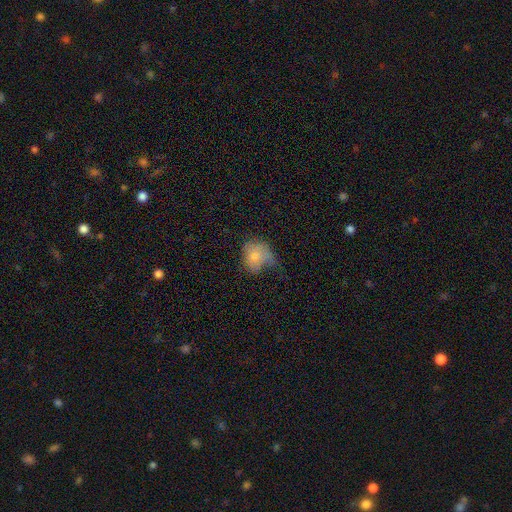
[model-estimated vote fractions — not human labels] This appears to be a smooth galaxy with no disk features (72%) that is round (58%). Merging: major disturbance (35%).